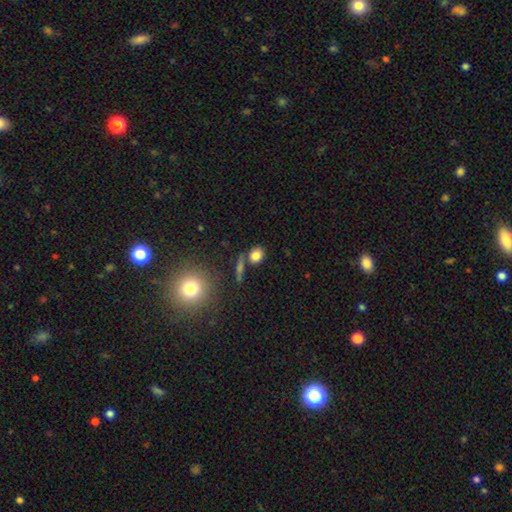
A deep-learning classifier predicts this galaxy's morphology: Smooth or featured? smooth (82%)
How rounded? round (58%)
Merging? none (69%)